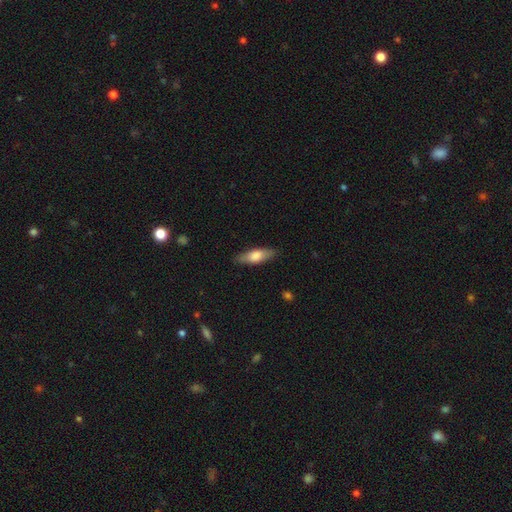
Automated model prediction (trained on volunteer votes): Q: Smooth or featured?
A: smooth (70%); runner-up: featured or disk (25%)
Q: How rounded?
A: in between (55%); runner-up: cigar-shaped (43%)
Q: Merging?
A: none (86%); runner-up: minor disturbance (10%)